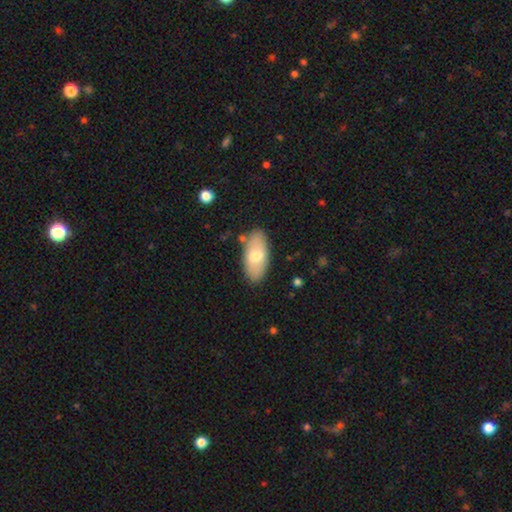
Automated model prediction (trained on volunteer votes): Q: Smooth or featured?
A: smooth (67%); runner-up: featured or disk (27%)
Q: How rounded?
A: in between (91%); runner-up: cigar-shaped (6%)
Q: Merging?
A: none (83%); runner-up: minor disturbance (12%)